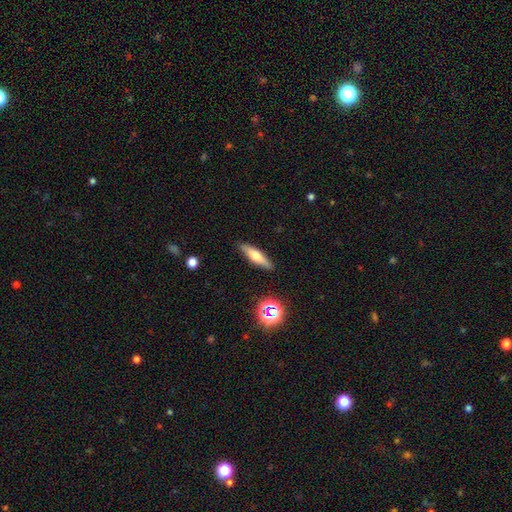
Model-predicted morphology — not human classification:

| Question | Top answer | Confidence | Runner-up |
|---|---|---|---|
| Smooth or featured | smooth | 52% | featured or disk (40%) |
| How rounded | cigar-shaped | 70% | in between (27%) |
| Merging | none | 88% | minor disturbance (8%) |